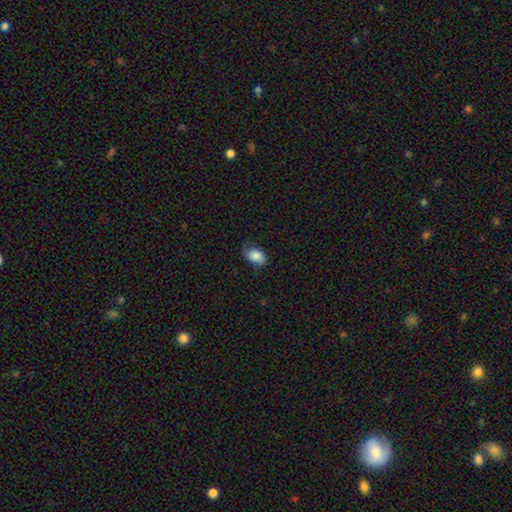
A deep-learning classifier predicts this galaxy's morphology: Overall: smooth (86%). How rounded: in between (89%). Merging: none (73%).